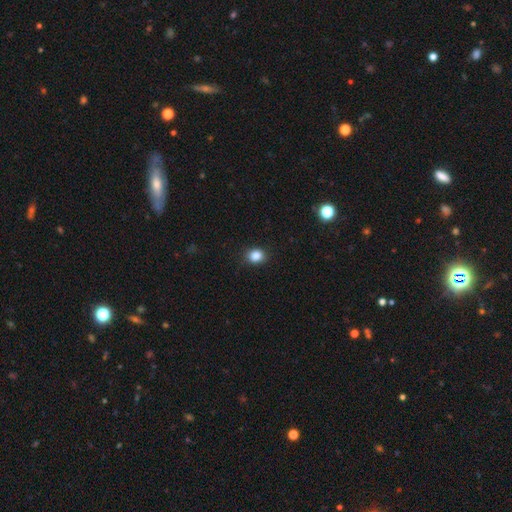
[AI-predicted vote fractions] Smooth or featured?
  - smooth: 85% *
  - star or artifact: 11%
  - featured or disk: 4%
How rounded?
  - round: 62% *
  - in between: 37%
  - cigar-shaped: 1%
Merging?
  - none: 88% *
  - minor disturbance: 9%
  - major disturbance: 2%
  - merger: 1%